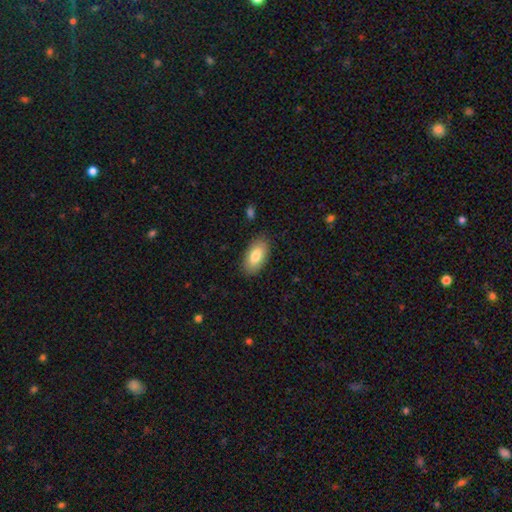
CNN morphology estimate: smooth-or-featured: smooth: 82% | featured or disk: 12% | star or artifact: 6%
  how-rounded: in between: 93% | cigar-shaped: 4% | round: 3%
  merging: none: 86% | minor disturbance: 10% | major disturbance: 2% | merger: 1%